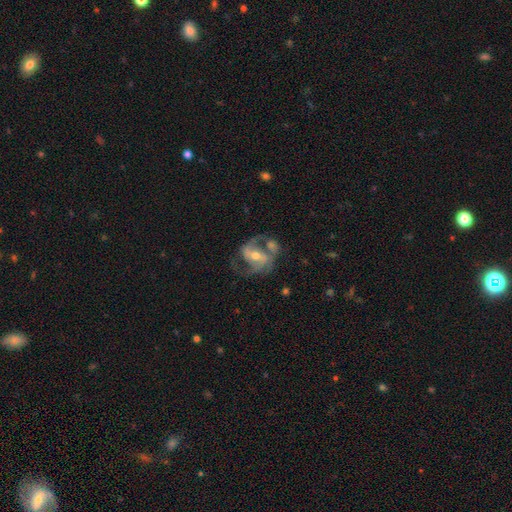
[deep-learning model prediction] A featured or disk galaxy (86%) with a weak bar (42%), 2 (79%) medium (55%) spiral arms (95%) and a moderate central bulge (61%).

Vote fractions:
- Smooth or featured? featured or disk: 86% / smooth: 8% / star or artifact: 6%
- Edge-on disk? no: 97% / yes: 3%
- Bar? weak: 42% / strong: 32% / no: 26%
- Spiral arms? yes: 95% / no: 5%
- Spiral winding? medium: 55% / loose: 27% / tight: 18%
- Spiral arm count? 2: 79% / 3: 10% / can't tell: 5% / 1: 3% / 4: 2% / more than 4: 2%
- Bulge size? moderate: 61% / small: 33% / large: 4% / none: 1% / dominant: 1%
- Merging? none: 50% / minor disturbance: 17% / merger: 17% / major disturbance: 16%